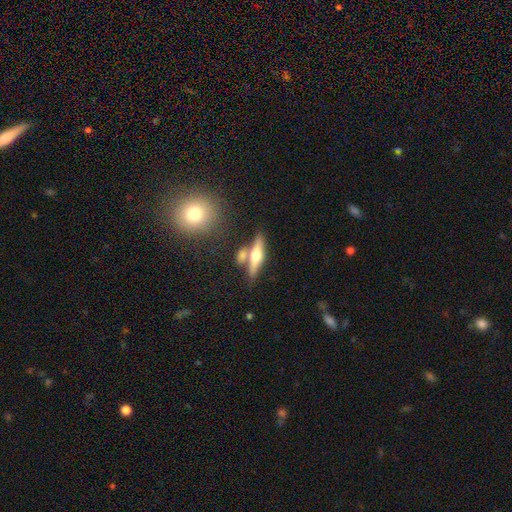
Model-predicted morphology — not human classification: Overall: featured or disk (55%; smooth 38%). Edge-on disk: yes (90%). Merging: none (62%; merger 23%).